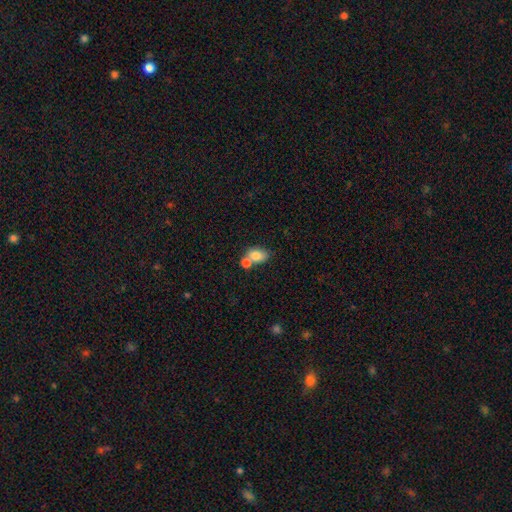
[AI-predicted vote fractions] This appears to be a smooth galaxy with no disk features (79%) that is in between round and cigar-shaped (76%). Merging: merger (46%).